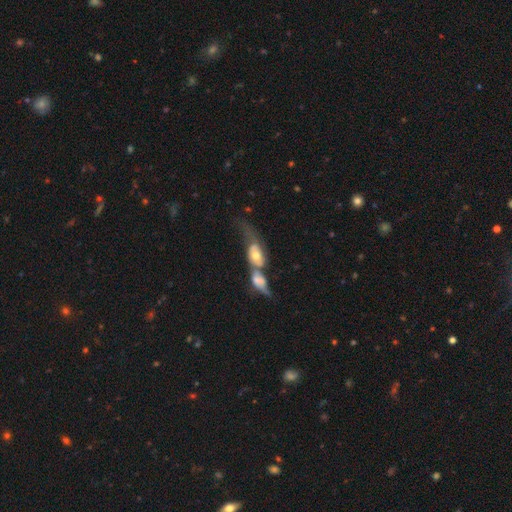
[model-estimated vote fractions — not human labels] This is possibly a featured or disk galaxy (54%). It is clearly not viewed edge-on (84%). Merging: likely merger (75%).